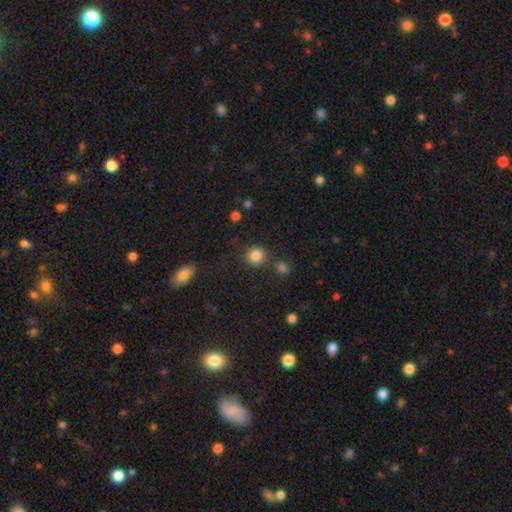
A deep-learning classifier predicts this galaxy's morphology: The model was most divided on "merging": none: 79%, minor disturbance: 9%, merger: 8%, major disturbance: 4%. More confident: how rounded — round (89%); smooth or featured — smooth (84%).